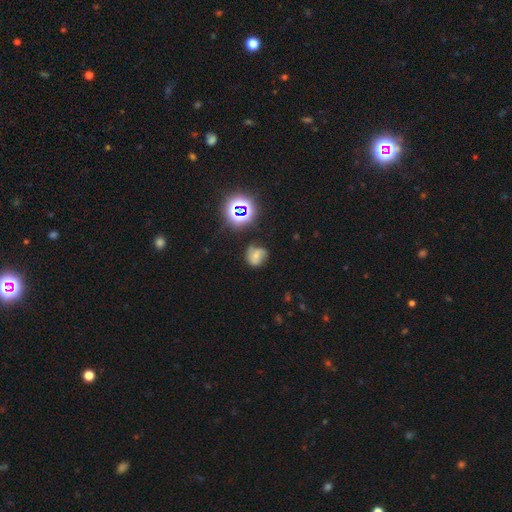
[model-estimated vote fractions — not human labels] Overall: featured or disk (40%; smooth 39%). Merging: none (58%; minor disturbance 26%).